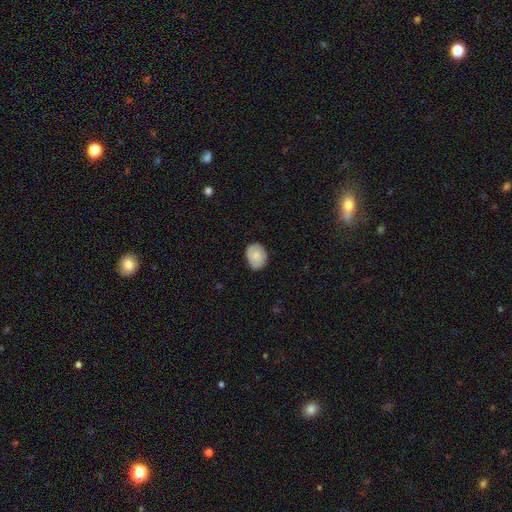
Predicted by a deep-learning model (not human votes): Q: Smooth or featured?
A: smooth (81%); runner-up: featured or disk (13%)
Q: How rounded?
A: in between (60%); runner-up: round (39%)
Q: Merging?
A: none (77%); runner-up: minor disturbance (19%)